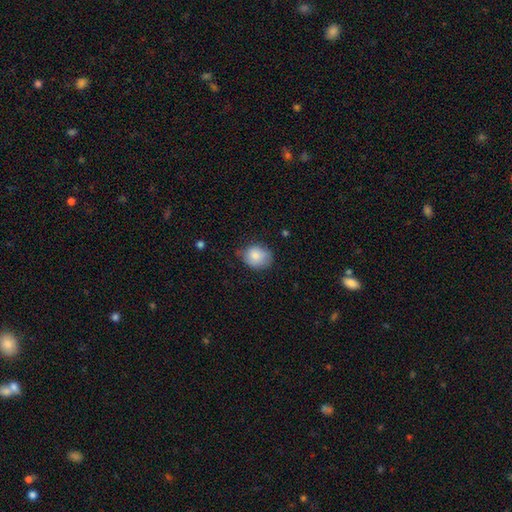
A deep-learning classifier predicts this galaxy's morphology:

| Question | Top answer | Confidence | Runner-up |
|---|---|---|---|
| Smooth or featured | smooth | 84% | featured or disk (9%) |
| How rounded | round | 60% | in between (39%) |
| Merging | none | 64% | minor disturbance (29%) |